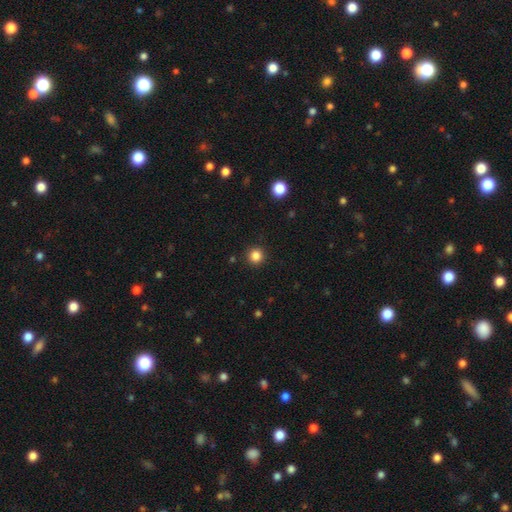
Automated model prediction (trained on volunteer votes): Smooth or featured? Predicted: smooth (p=0.84). How rounded? Predicted: round (p=0.95). Merging? Predicted: none (p=0.92).